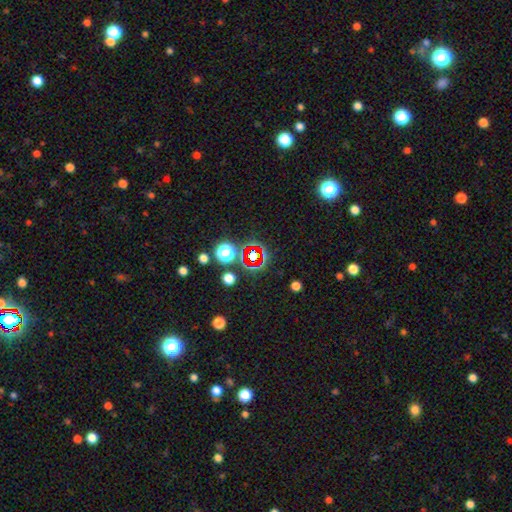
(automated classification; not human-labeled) This is likely a star or artifact rather than a galaxy (65%).